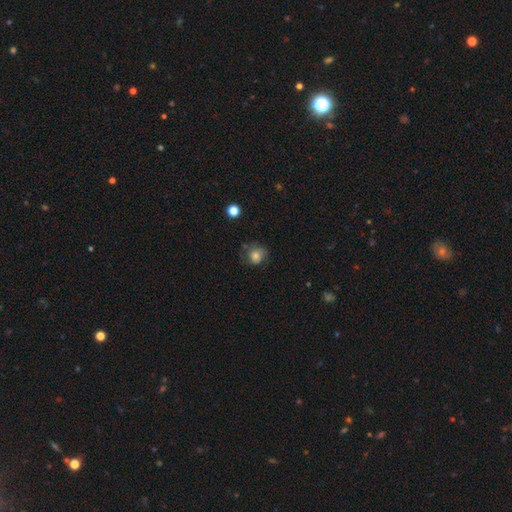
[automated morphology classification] type=smooth (72%); roundness=round (75%); merging=none (57%).